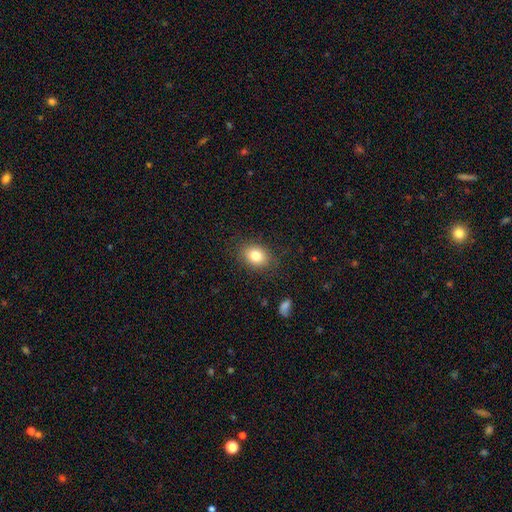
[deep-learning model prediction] This is clearly a smooth galaxy (82%). How rounded: likely in between (64%). Merging: clearly none (85%).